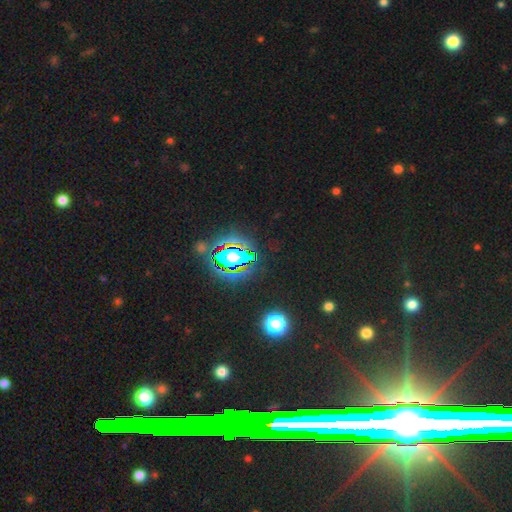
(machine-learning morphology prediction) A star or artifact, not a galaxy (78%).